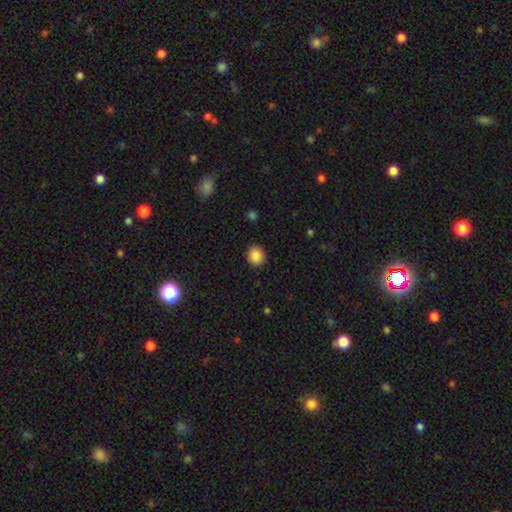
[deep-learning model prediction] Overall: smooth (88%). How rounded: round (77%). Merging: none (90%).